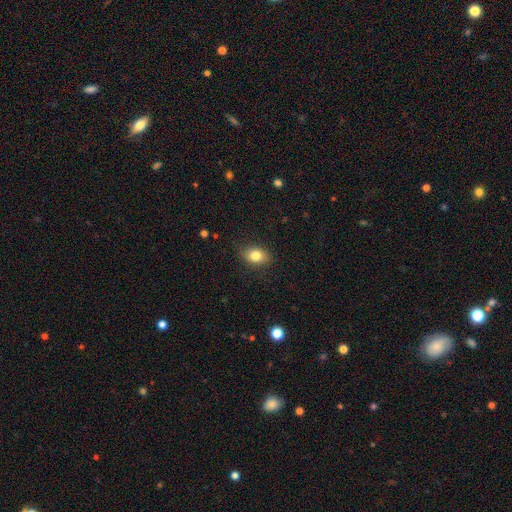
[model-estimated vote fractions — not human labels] Morphology: type=smooth (81%); roundness=in between (74%); merging=none (85%).